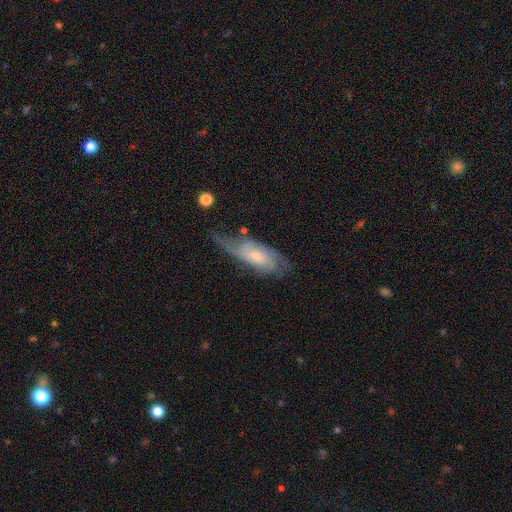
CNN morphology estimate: Smooth or featured: featured or disk — 64% (smooth — 30%)
Edge-on disk: no — 85% (yes — 15%)
Bar: no — 65% (weak — 30%)
Spiral arms: yes — 86% (no — 14%)
Bulge size: small — 49% (moderate — 40%)
Merging: none — 46% (minor disturbance — 30%)